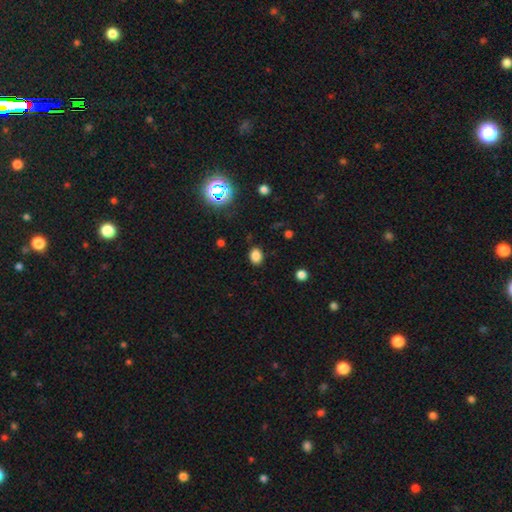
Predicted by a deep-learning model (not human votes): A smooth galaxy with no disk features (82%) that is in between round and cigar-shaped (57%).

Vote fractions:
- Smooth or featured? smooth: 82% / star or artifact: 14% / featured or disk: 5%
- How rounded? in between: 57% / round: 42% / cigar-shaped: 1%
- Merging? none: 86% / minor disturbance: 10% / major disturbance: 3% / merger: 1%